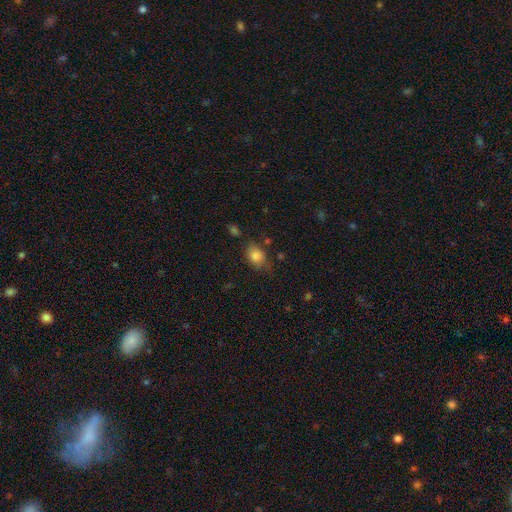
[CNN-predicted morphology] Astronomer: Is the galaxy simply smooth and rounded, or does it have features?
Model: smooth — 82%.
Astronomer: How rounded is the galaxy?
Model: in between — 62%.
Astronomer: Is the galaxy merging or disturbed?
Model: none — 67%.